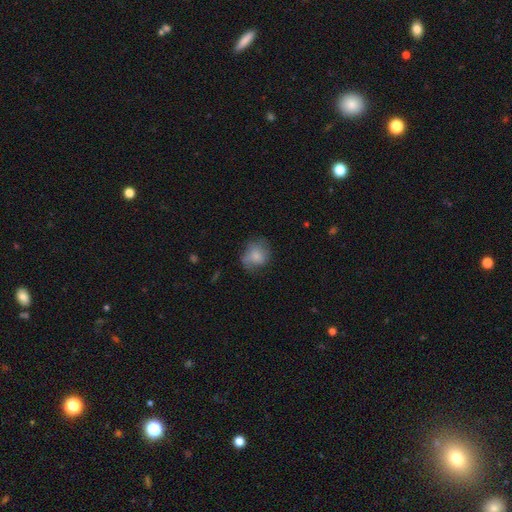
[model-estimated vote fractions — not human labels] A smooth galaxy with no disk features (75%) that is round (66%).

Vote fractions:
- Smooth or featured? smooth: 75% / featured or disk: 16% / star or artifact: 9%
- How rounded? round: 66% / in between: 33% / cigar-shaped: 1%
- Merging? none: 54% / minor disturbance: 30% / major disturbance: 15% / merger: 2%